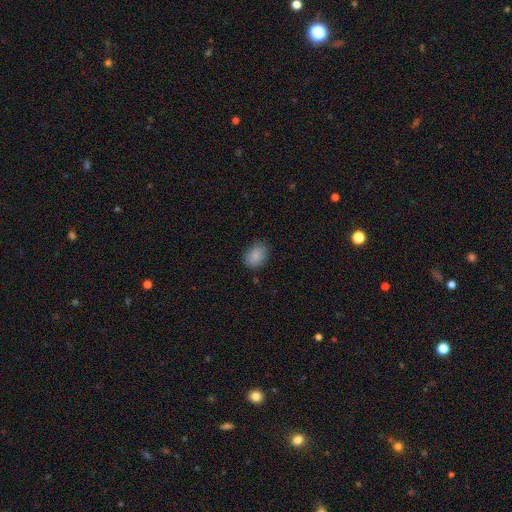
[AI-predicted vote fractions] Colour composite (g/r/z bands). It shows a smooth galaxy with no disk features (87%) that is in between round and cigar-shaped (71%). Merging: none (79%).